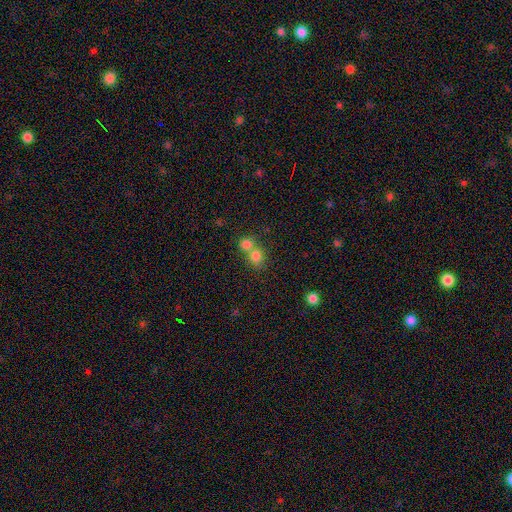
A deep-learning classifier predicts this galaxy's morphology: smooth_or_featured: smooth (p=0.79) [alt: star or artifact p=0.12]
how_rounded: round (p=0.74) [alt: in between p=0.25]
merging: merger (p=0.54) [alt: none p=0.38]